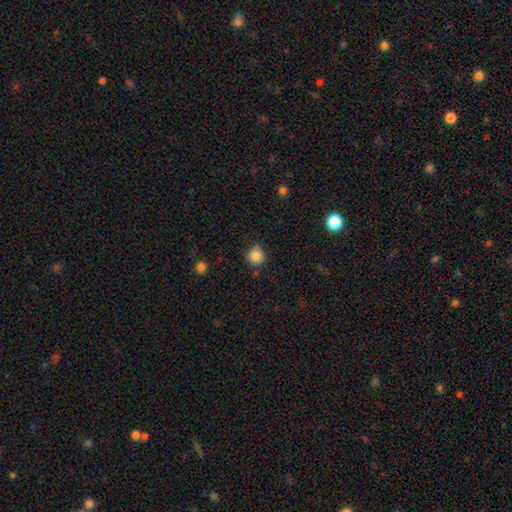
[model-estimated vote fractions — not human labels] Smooth or featured? Predicted: smooth (p=0.85). How rounded? Predicted: round (p=0.85). Merging? Predicted: none (p=0.72).